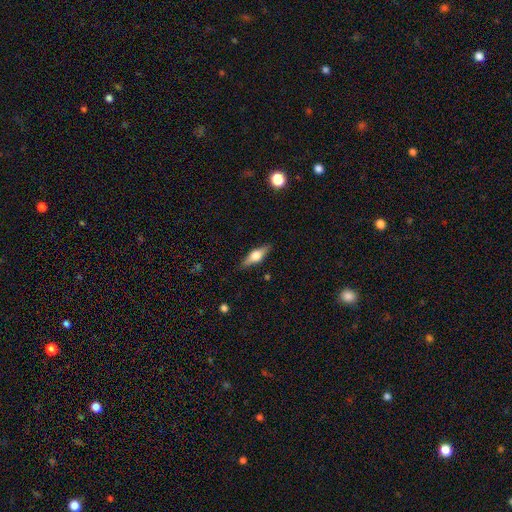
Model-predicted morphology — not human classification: A featured or disk galaxy (61%) viewed edge-on (95%) with a rounded central bulge (93%).

Vote fractions:
- Smooth or featured? featured or disk: 61% / smooth: 32% / star or artifact: 7%
- Edge-on disk? yes: 95% / no: 5%
- Edge-on bulge? rounded: 93% / boxy: 5% / none: 2%
- Merging? none: 87% / minor disturbance: 9% / major disturbance: 2% / merger: 1%